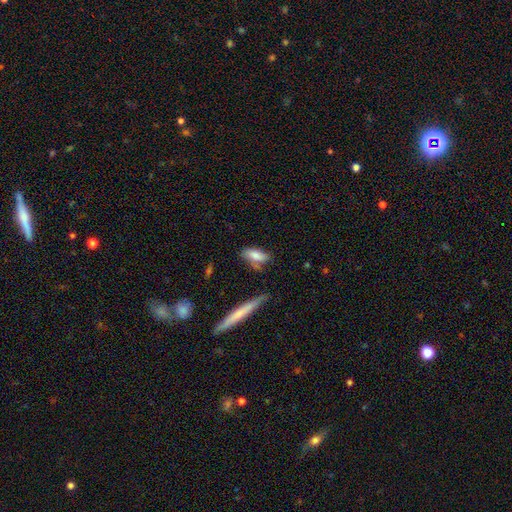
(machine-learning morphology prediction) Smooth or featured: smooth — 76% (featured or disk — 17%)
How rounded: in between — 74% (cigar-shaped — 23%)
Merging: none — 55% (minor disturbance — 27%)